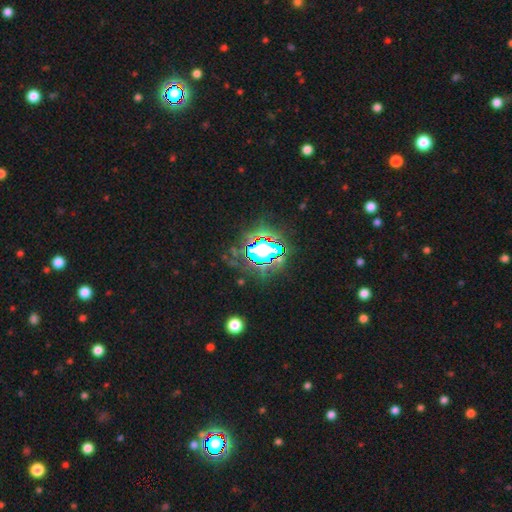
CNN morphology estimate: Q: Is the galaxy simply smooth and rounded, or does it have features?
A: star or artifact — 80%.